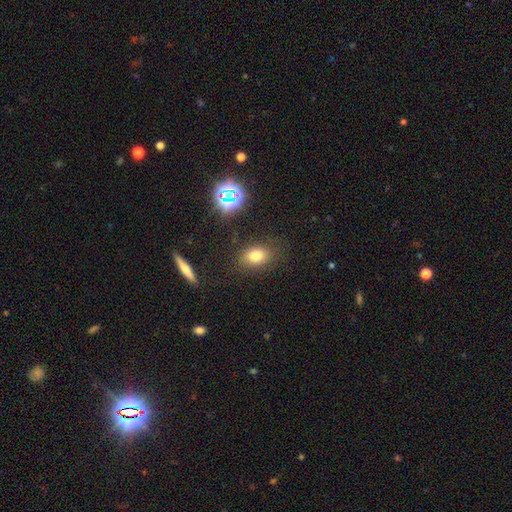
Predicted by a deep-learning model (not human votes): Overall: smooth (75%). How rounded: in between (71%). Merging: none (82%).